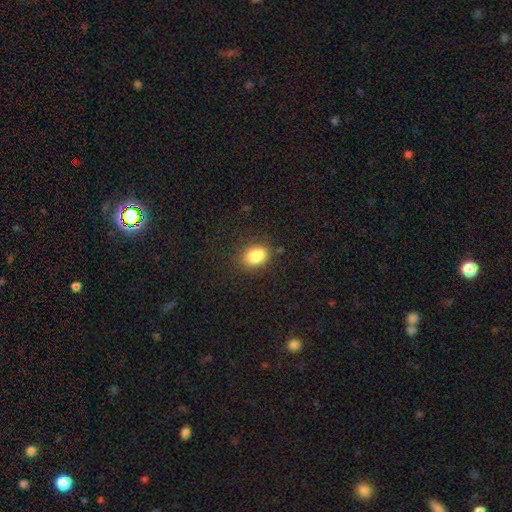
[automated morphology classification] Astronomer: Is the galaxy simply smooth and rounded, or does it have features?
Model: smooth — 87%.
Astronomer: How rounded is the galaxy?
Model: in between — 76%.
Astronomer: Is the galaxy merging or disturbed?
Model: none — 81%.